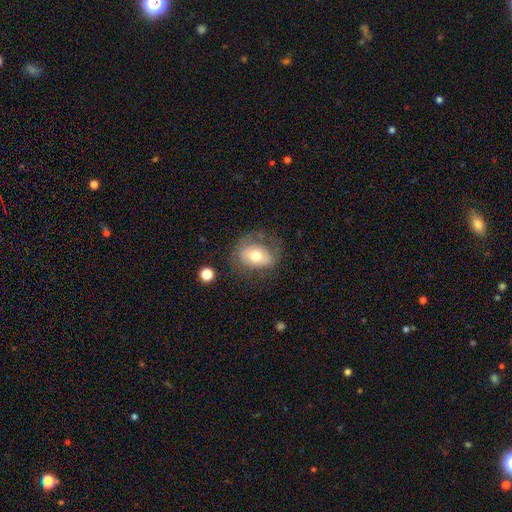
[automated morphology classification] smooth 59%, featured or disk 32%, star or artifact 8%. Down the decision tree: how rounded — in between (65%); merging — none (59%).